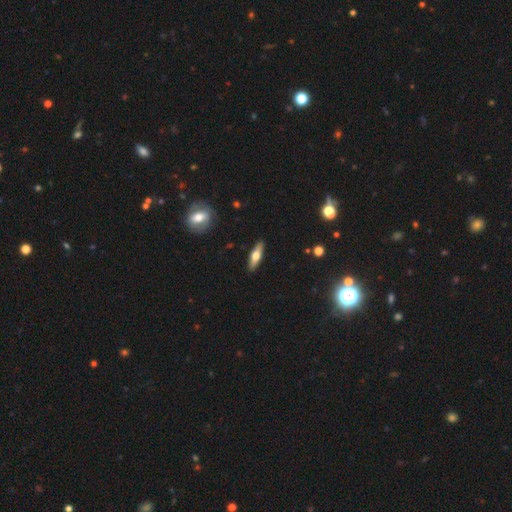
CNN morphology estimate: Smooth or featured?
  - smooth: 51% *
  - featured or disk: 43%
  - star or artifact: 6%
How rounded?
  - cigar-shaped: 61% *
  - in between: 36%
  - round: 3%
Merging?
  - none: 90% *
  - minor disturbance: 7%
  - major disturbance: 2%
  - merger: 1%